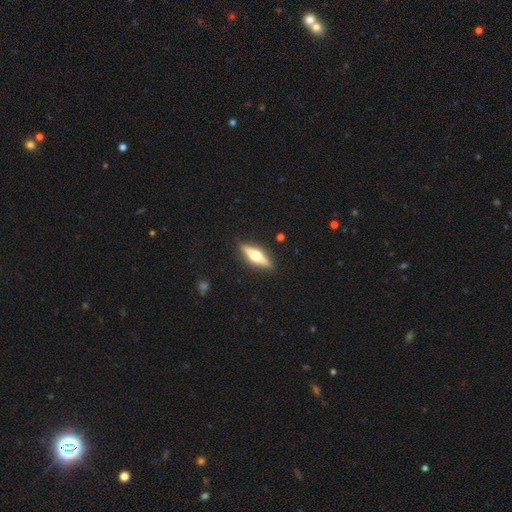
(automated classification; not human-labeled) Smooth or featured? Predicted: featured or disk (p=0.62). Edge-on disk? Predicted: yes (p=0.95). Edge-on bulge? Predicted: rounded (p=0.95). Merging? Predicted: none (p=0.89).